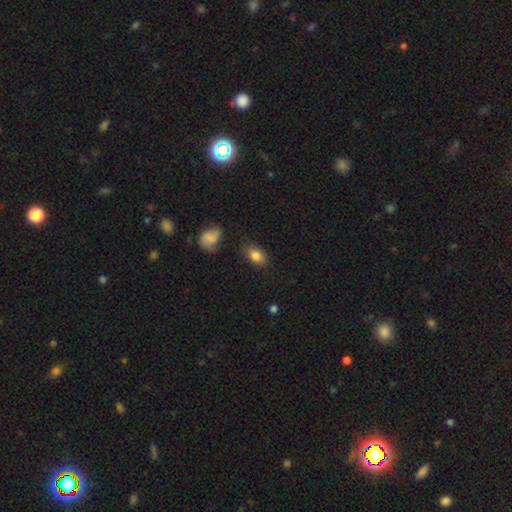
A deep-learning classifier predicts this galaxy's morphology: Smooth or featured?
  - smooth: 84% *
  - star or artifact: 8%
  - featured or disk: 8%
How rounded?
  - in between: 86% *
  - round: 12%
  - cigar-shaped: 2%
Merging?
  - none: 79% *
  - minor disturbance: 15%
  - major disturbance: 4%
  - merger: 2%